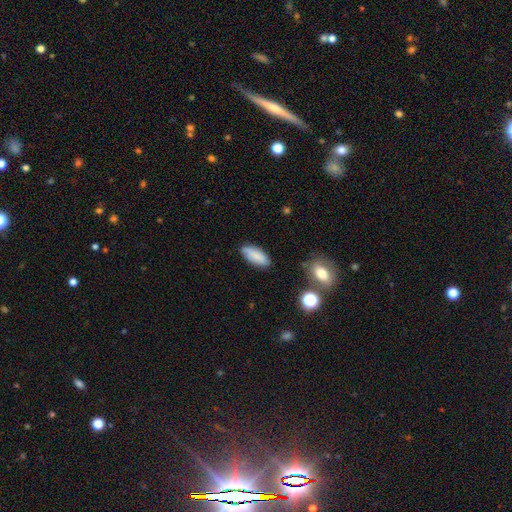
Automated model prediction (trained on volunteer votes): Overall: smooth (81%). How rounded: in between (80%). Merging: none (80%).